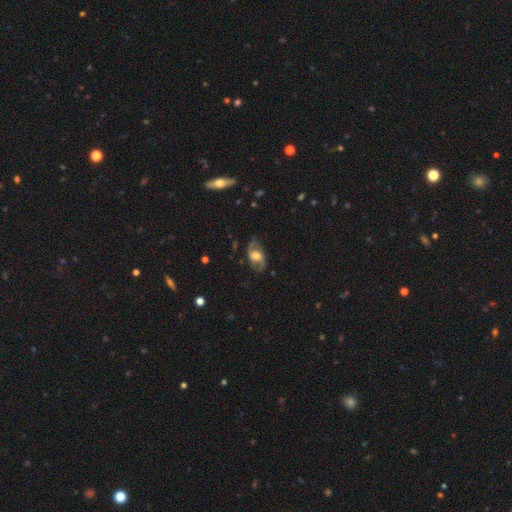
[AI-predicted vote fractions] smooth_or_featured: featured or disk (p=0.72) [alt: smooth p=0.21]
disk_edge_on: no (p=0.93) [alt: yes p=0.07]
bar: no (p=0.46) [alt: weak p=0.41]
has_spiral_arms: yes (p=0.87) [alt: no p=0.13]
spiral_winding: loose (p=0.45) [alt: medium p=0.42]
spiral_arm_count: 2 (p=0.89) [alt: can't tell p=0.05]
bulge_size: moderate (p=0.48) [alt: large p=0.34]
merging: none (p=0.75) [alt: minor disturbance p=0.16]